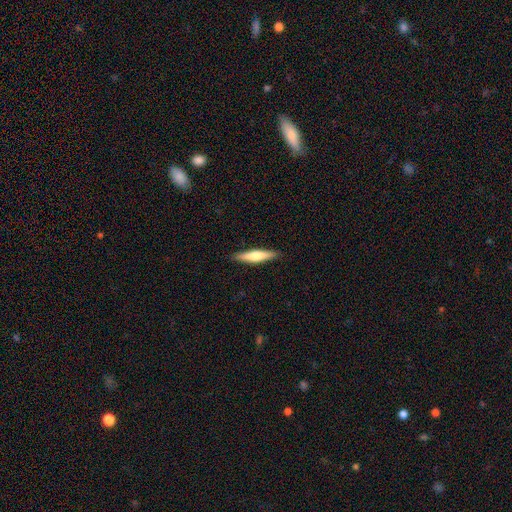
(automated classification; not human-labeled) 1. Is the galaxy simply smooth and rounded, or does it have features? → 55% smooth, 39% featured or disk, 5% star or artifact.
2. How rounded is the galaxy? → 86% cigar-shaped, 13% in between, 1% round.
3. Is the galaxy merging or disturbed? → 90% none, 7% minor disturbance, 1% major disturbance, 1% merger.